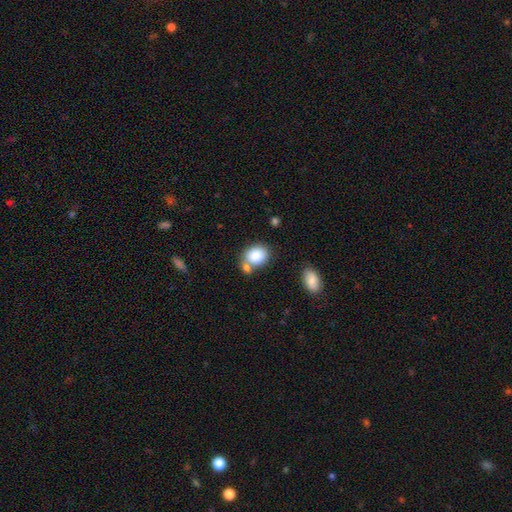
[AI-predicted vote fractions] This appears to be a smooth galaxy with no disk features (85%) that is in between round and cigar-shaped (50%). Merging: none (49%).